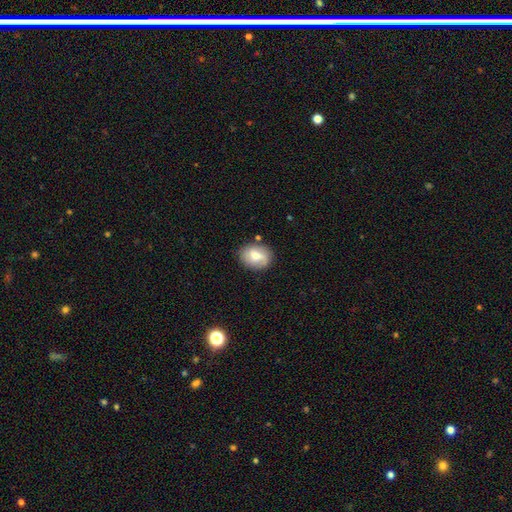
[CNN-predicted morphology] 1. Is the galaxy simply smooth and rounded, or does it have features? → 64% smooth, 28% featured or disk, 8% star or artifact.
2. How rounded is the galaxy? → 57% in between, 42% round, 1% cigar-shaped.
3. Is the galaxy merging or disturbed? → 76% none, 17% minor disturbance, 4% major disturbance, 3% merger.